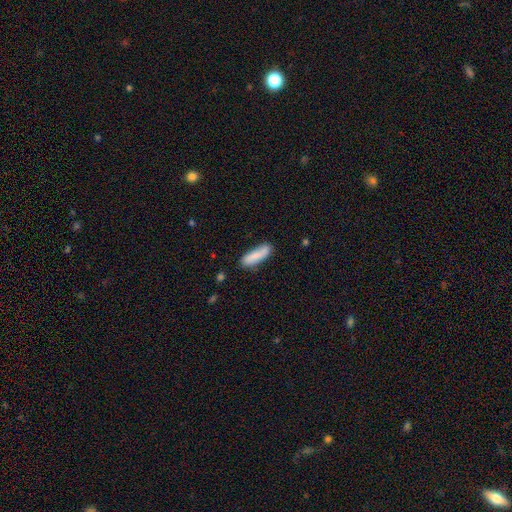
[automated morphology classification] smooth-or-featured: smooth: 80% | featured or disk: 14% | star or artifact: 6%
  how-rounded: cigar-shaped: 58% | in between: 40% | round: 2%
  merging: none: 75% | minor disturbance: 17% | merger: 4% | major disturbance: 4%